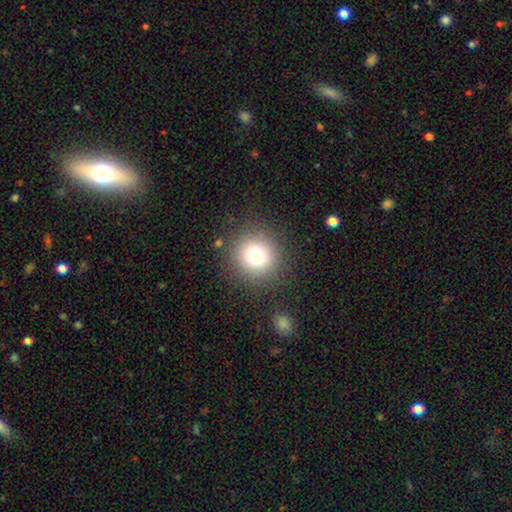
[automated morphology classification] Smooth or featured?
  - smooth: 75% *
  - star or artifact: 16%
  - featured or disk: 9%
How rounded?
  - round: 93% *
  - in between: 6%
  - cigar-shaped: 1%
Merging?
  - none: 87% *
  - minor disturbance: 7%
  - major disturbance: 4%
  - merger: 2%